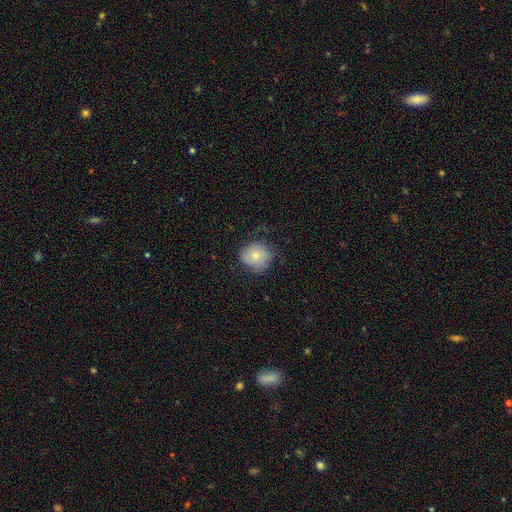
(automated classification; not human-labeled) Smooth or featured?
  - smooth: 67% *
  - featured or disk: 25%
  - star or artifact: 8%
How rounded?
  - round: 83% *
  - in between: 16%
  - cigar-shaped: 1%
Merging?
  - none: 65% *
  - minor disturbance: 25%
  - major disturbance: 9%
  - merger: 1%